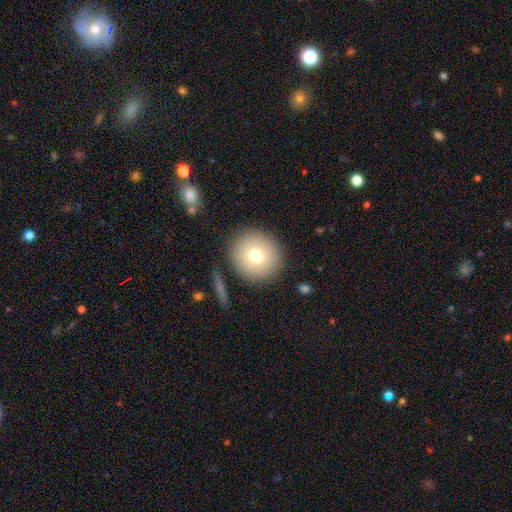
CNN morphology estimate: The model was most divided on "smooth or featured": smooth: 73%, featured or disk: 16%, star or artifact: 10%. More confident: how rounded — round (93%); merging — none (88%).